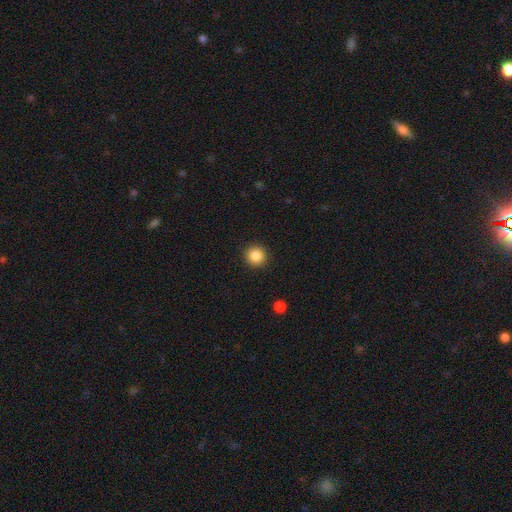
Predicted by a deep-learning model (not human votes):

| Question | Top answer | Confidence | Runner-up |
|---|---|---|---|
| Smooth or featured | smooth | 86% | star or artifact (10%) |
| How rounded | round | 93% | in between (6%) |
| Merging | none | 92% | minor disturbance (5%) |